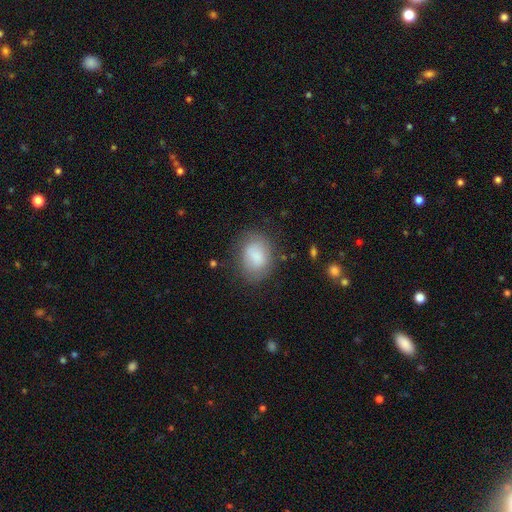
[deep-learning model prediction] A smooth galaxy with no disk features (79%) that is in between round and cigar-shaped (64%). Merging: none (67%).